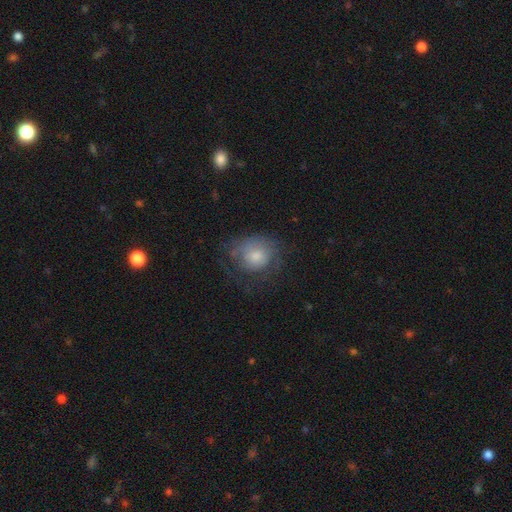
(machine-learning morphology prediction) A smooth galaxy with no disk features (49%).

Vote fractions:
- Smooth or featured? smooth: 49% / featured or disk: 41% / star or artifact: 10%
- Merging? none: 56% / minor disturbance: 22% / major disturbance: 20% / merger: 1%